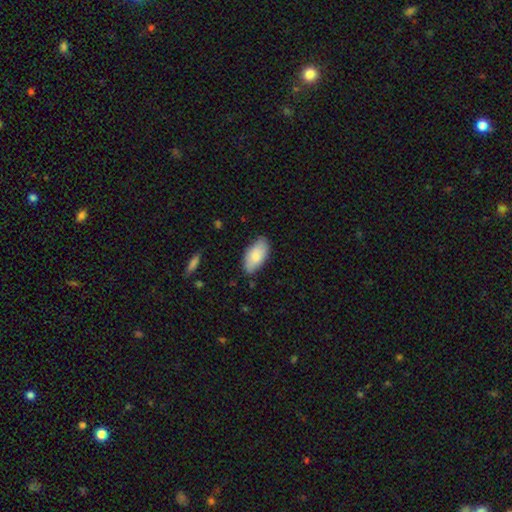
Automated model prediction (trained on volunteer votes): smooth 82%, featured or disk 12%, star or artifact 6%. Down the decision tree: how rounded — in between (94%); merging — none (78%).